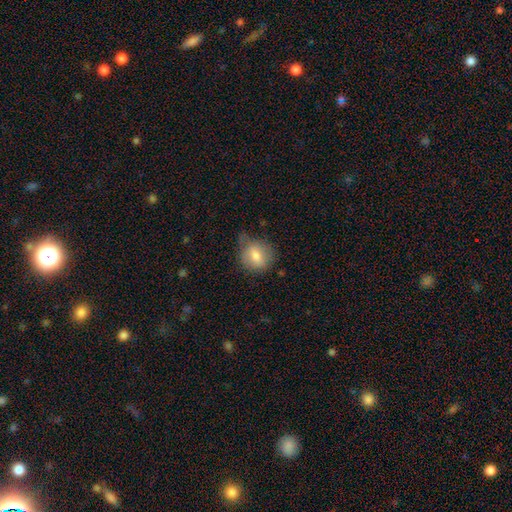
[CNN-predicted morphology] smooth 75%, featured or disk 17%, star or artifact 8%. Down the decision tree: how rounded — round (70%); merging — none (54%).